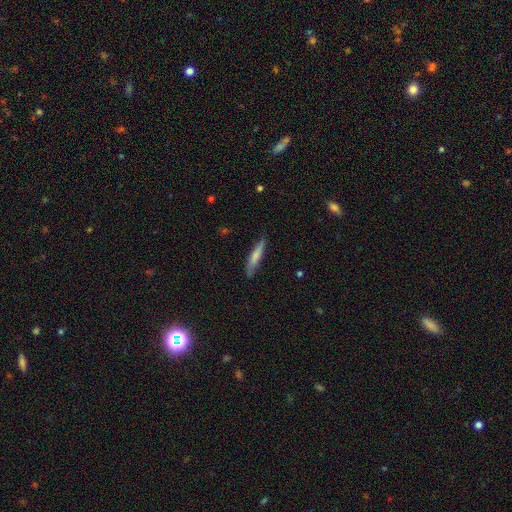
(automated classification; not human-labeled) A smooth galaxy with no disk features (72%) that is cigar-shaped (88%). Merging: none (79%).